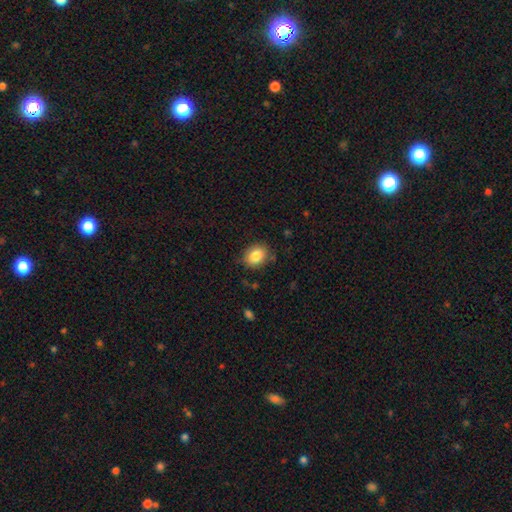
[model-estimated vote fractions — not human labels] The model was most divided on "how rounded": in between: 58%, round: 41%, cigar-shaped: 1%. More confident: smooth or featured — smooth (84%); merging — none (81%).